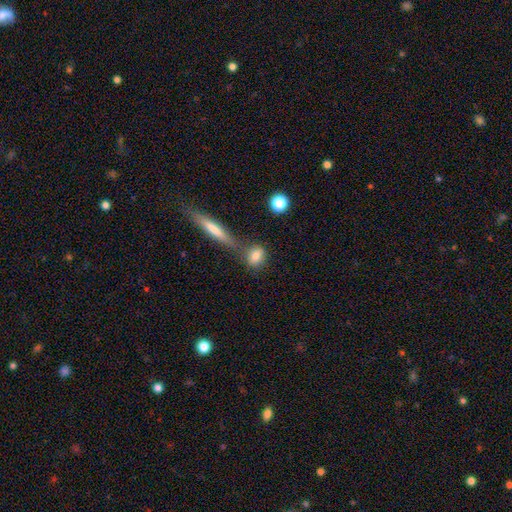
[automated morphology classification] Smooth or featured?
  - smooth: 79% *
  - featured or disk: 12%
  - star or artifact: 9%
How rounded?
  - in between: 50% *
  - round: 38%
  - cigar-shaped: 13%
Merging?
  - none: 62% *
  - merger: 19%
  - minor disturbance: 14%
  - major disturbance: 5%